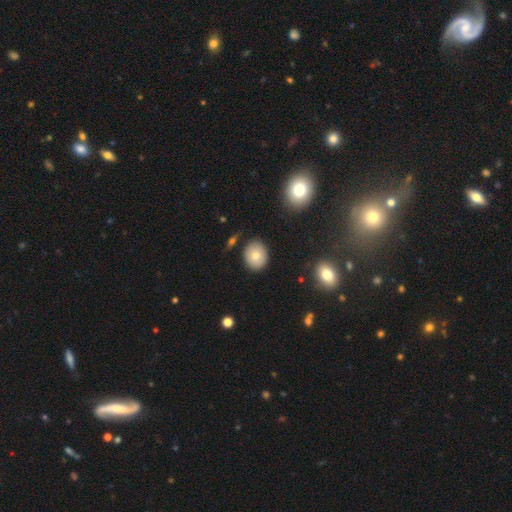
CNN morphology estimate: Smooth or featured: smooth — 75% (featured or disk — 14%)
How rounded: round — 57% (in between — 42%)
Merging: none — 84% (minor disturbance — 11%)